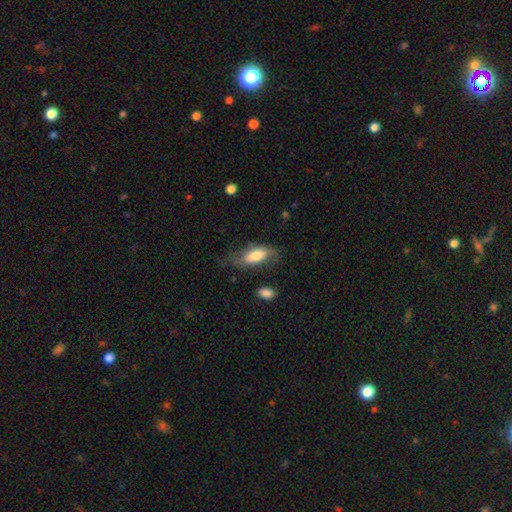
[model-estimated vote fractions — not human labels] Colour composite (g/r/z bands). It shows a smooth galaxy with no disk features (64%) that is in between round and cigar-shaped (85%). Merging: none (49%).